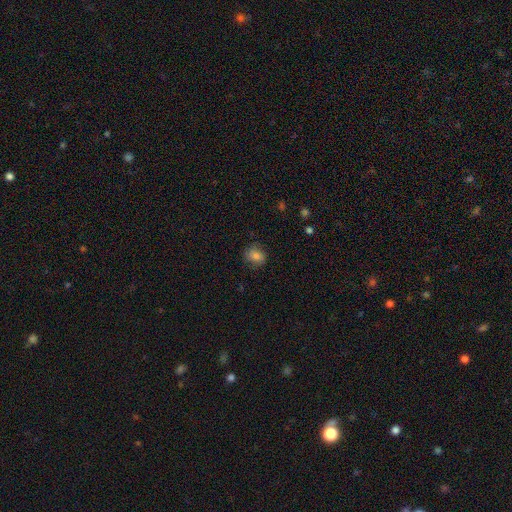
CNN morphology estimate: smooth-or-featured: smooth: 82% | star or artifact: 11% | featured or disk: 7%
  how-rounded: round: 58% | in between: 41% | cigar-shaped: 1%
  merging: none: 78% | minor disturbance: 16% | major disturbance: 4% | merger: 1%